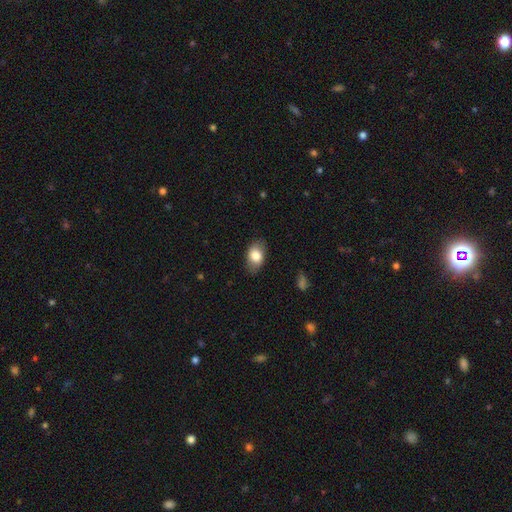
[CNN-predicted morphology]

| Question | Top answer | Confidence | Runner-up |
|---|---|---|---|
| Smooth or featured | smooth | 81% | featured or disk (12%) |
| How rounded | in between | 88% | round (11%) |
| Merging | none | 83% | minor disturbance (13%) |